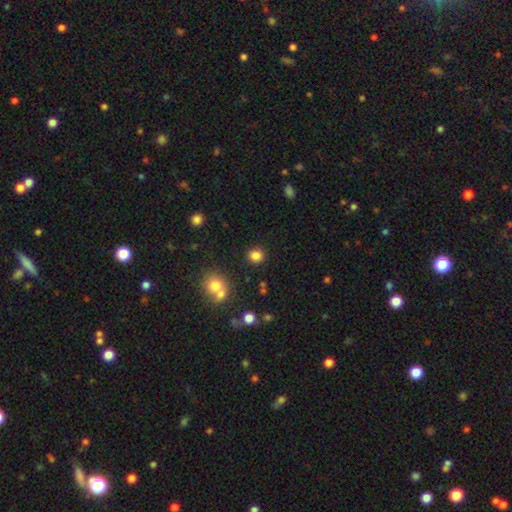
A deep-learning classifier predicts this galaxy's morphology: The model was most divided on "smooth or featured": smooth: 83%, star or artifact: 12%, featured or disk: 5%. More confident: how rounded — round (88%); merging — none (86%).